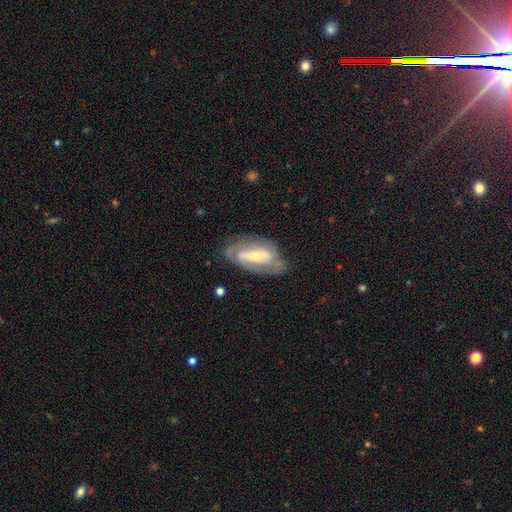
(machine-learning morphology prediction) Overall: featured or disk (77%). Edge-on disk: no (92%). Bar: strong (49%; weak 32%). Spiral arms: yes (85%). Spiral arm count: 2 (63%). Spiral winding: tight (43%; medium 41%). Bulge size: small (58%; moderate 34%). Merging: none (69%).